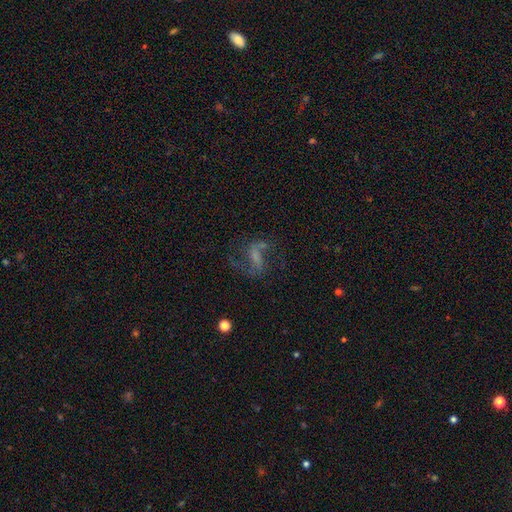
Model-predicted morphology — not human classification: smooth-or-featured: featured or disk: 74% | smooth: 13% | star or artifact: 13%
  disk-edge-on: no: 97% | yes: 3%
    bar: weak: 43% | strong: 34% | no: 23%
    has-spiral-arms: yes: 91% | no: 9%
      spiral-winding: loose: 60% | medium: 34% | tight: 6%
      spiral-arm-count: 2: 88% | can't tell: 4% | 1: 4% | 3: 2% | 4: 1% | more than 4: 1%
    bulge-size: none: 47% | small: 27% | moderate: 19% | large: 6% | dominant: 2%
  merging: none: 60% | major disturbance: 20% | minor disturbance: 15% | merger: 4%